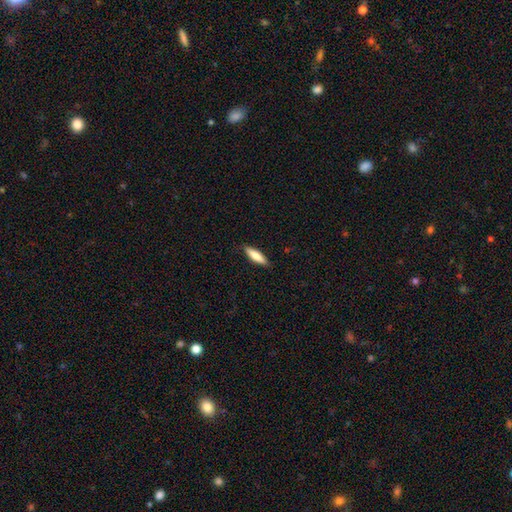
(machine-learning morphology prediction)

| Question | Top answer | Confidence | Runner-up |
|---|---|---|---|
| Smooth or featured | smooth | 81% | featured or disk (13%) |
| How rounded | cigar-shaped | 60% | in between (39%) |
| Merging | none | 88% | minor disturbance (9%) |